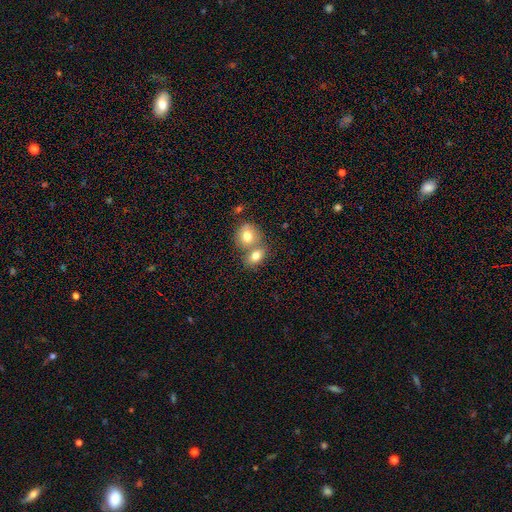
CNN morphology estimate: smooth 78%, featured or disk 14%, star or artifact 8%. Down the decision tree: how rounded — in between (60%); merging — merger (57%).